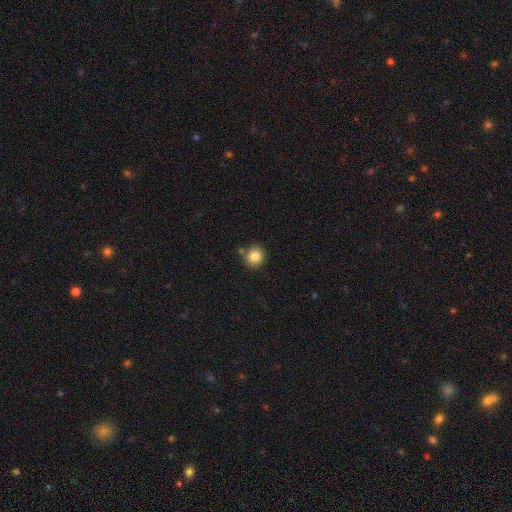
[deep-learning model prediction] Morphology: type=smooth (85%); roundness=round (91%); merging=none (80%).